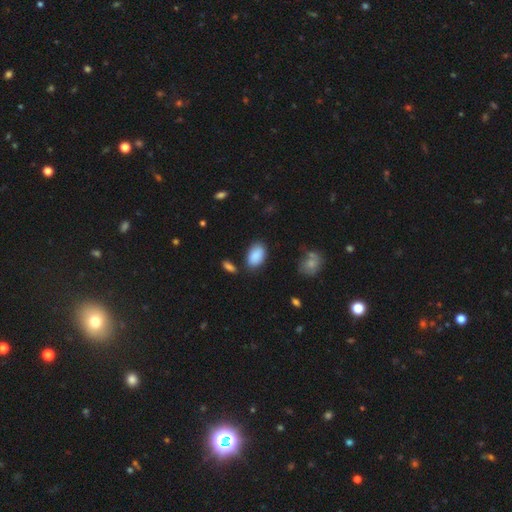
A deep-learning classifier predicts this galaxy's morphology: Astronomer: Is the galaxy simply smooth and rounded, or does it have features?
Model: smooth — 89%.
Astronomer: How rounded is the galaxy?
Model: in between — 94%.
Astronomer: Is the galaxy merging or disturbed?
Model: none — 77%.